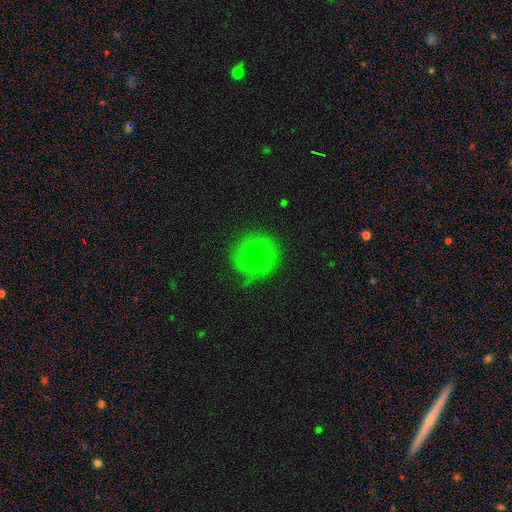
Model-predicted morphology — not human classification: Q: Smooth or featured?
A: smooth (67%); runner-up: featured or disk (23%)
Q: How rounded?
A: round (89%); runner-up: in between (10%)
Q: Merging?
A: none (63%); runner-up: minor disturbance (24%)